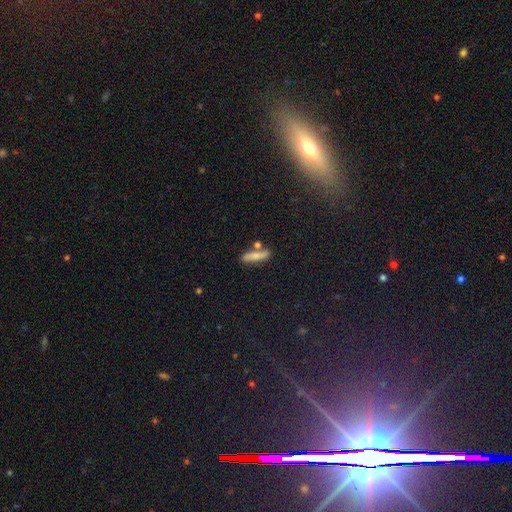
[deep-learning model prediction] Smooth or featured? smooth (72%)
How rounded? cigar-shaped (71%)
Merging? none (70%)